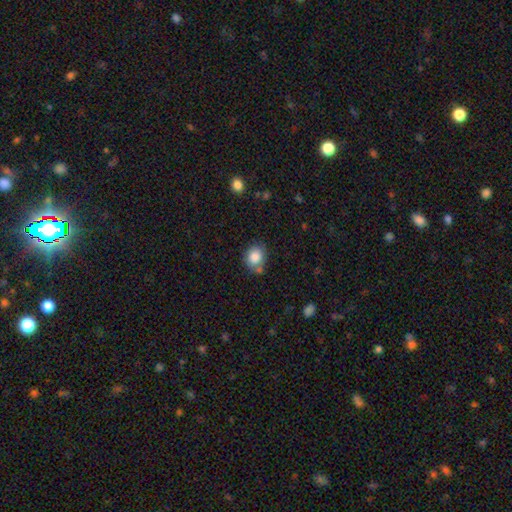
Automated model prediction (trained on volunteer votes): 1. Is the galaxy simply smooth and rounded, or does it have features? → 85% smooth, 9% star or artifact, 6% featured or disk.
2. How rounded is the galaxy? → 69% round, 30% in between, 1% cigar-shaped.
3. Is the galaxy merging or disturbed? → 66% none, 17% minor disturbance, 13% merger, 5% major disturbance.